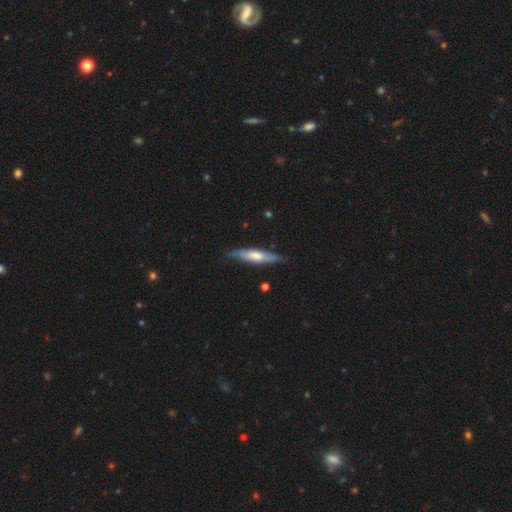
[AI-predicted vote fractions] Smooth or featured? Predicted: smooth (p=0.57). How rounded? Predicted: cigar-shaped (p=0.78). Merging? Predicted: none (p=0.80).